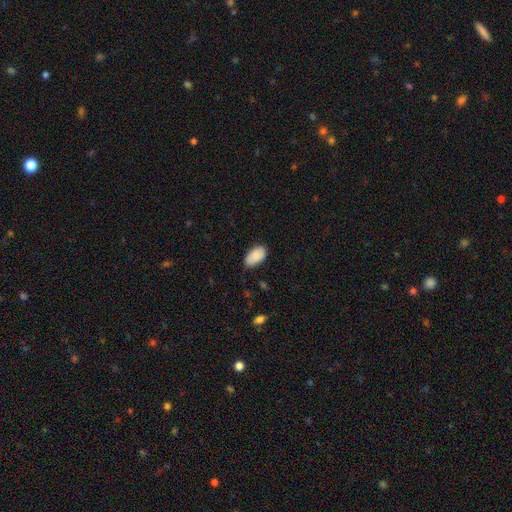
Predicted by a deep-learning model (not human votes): This appears to be a smooth galaxy with no disk features (87%) that is in between round and cigar-shaped (95%). Merging: none (69%).